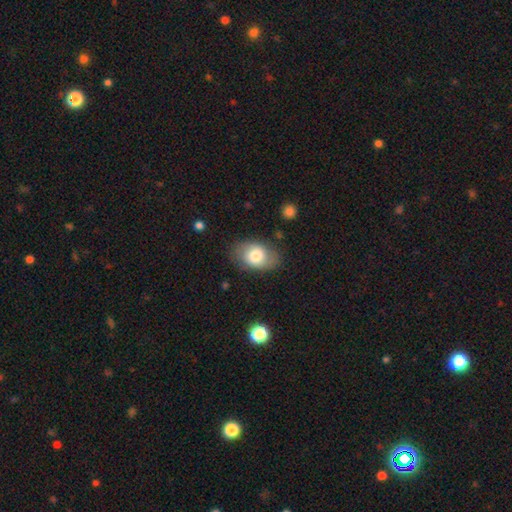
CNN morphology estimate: Smooth or featured? Predicted: smooth (p=0.72). How rounded? Predicted: in between (p=0.86). Merging? Predicted: none (p=0.78).